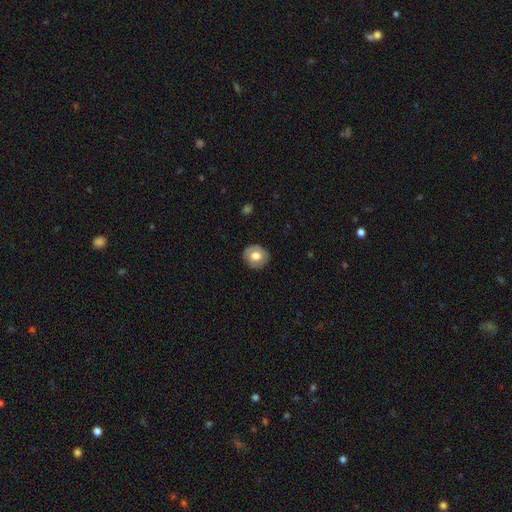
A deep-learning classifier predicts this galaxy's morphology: Overall: smooth (66%). How rounded: round (86%). Merging: none (87%).